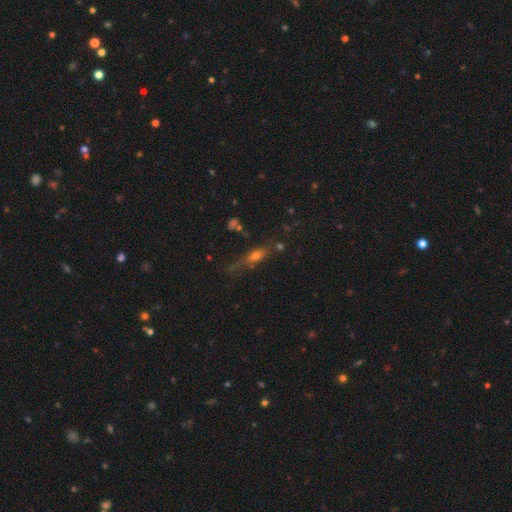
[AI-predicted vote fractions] Overall: smooth (47%; featured or disk 31%). Merging: none (55%; minor disturbance 21%).